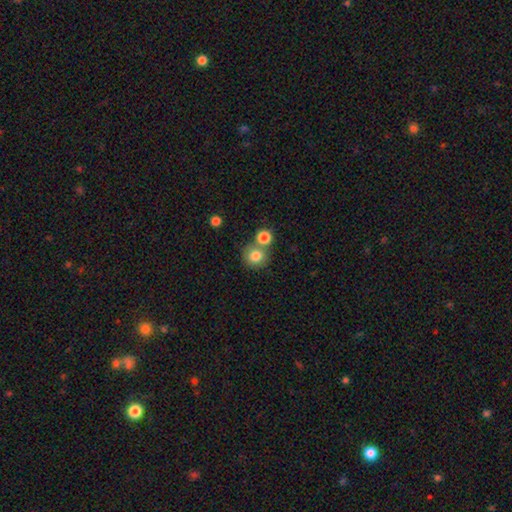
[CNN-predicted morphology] smooth_or_featured: smooth (p=0.80) [alt: star or artifact p=0.11]
how_rounded: round (p=0.87) [alt: in between p=0.12]
merging: none (p=0.58) [alt: merger p=0.29]